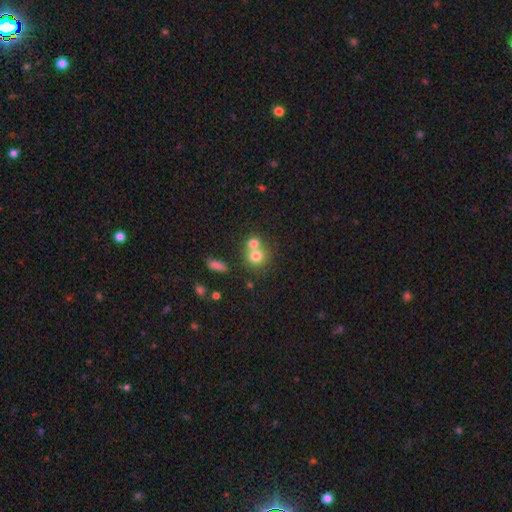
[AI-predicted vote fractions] Q: Smooth or featured?
A: smooth (73%); runner-up: featured or disk (15%)
Q: How rounded?
A: round (78%); runner-up: in between (21%)
Q: Merging?
A: merger (53%); runner-up: none (37%)